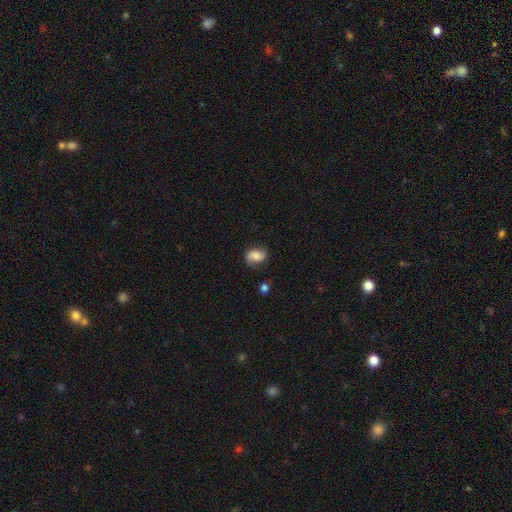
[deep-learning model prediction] This is possibly a smooth galaxy (46%). Merging: likely none (69%).